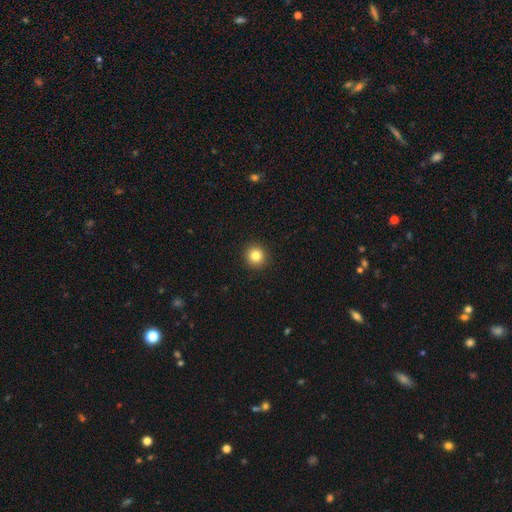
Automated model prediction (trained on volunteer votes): A smooth galaxy with no disk features (83%) that is round (94%).

Vote fractions:
- Smooth or featured? smooth: 83% / star or artifact: 11% / featured or disk: 6%
- How rounded? round: 94% / in between: 5% / cigar-shaped: 1%
- Merging? none: 93% / minor disturbance: 4% / major disturbance: 2% / merger: 1%